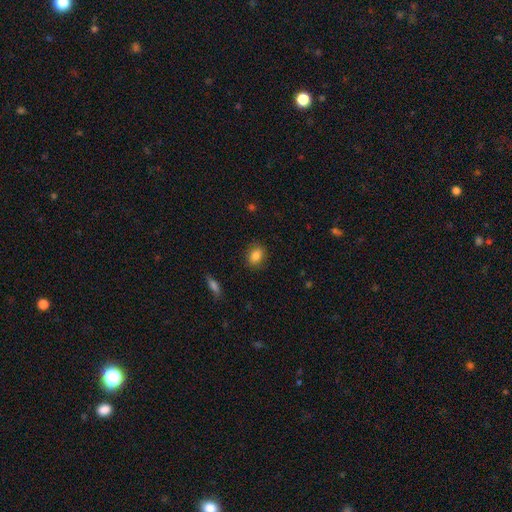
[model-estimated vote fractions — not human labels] A smooth galaxy with no disk features (84%) that is in between round and cigar-shaped (52%). Merging: none (85%).